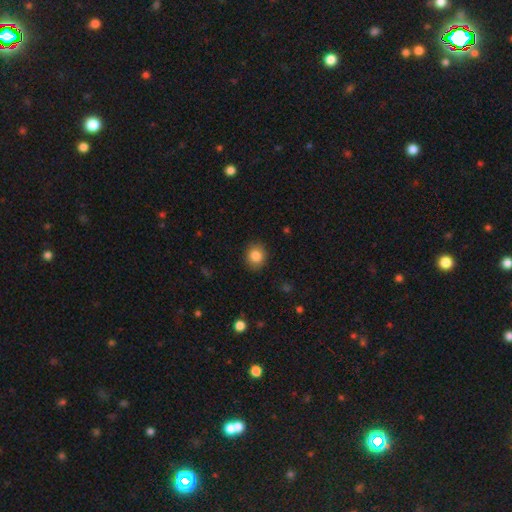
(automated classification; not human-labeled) Smooth or featured? Predicted: smooth (p=0.85). How rounded? Predicted: round (p=0.71). Merging? Predicted: none (p=0.89).